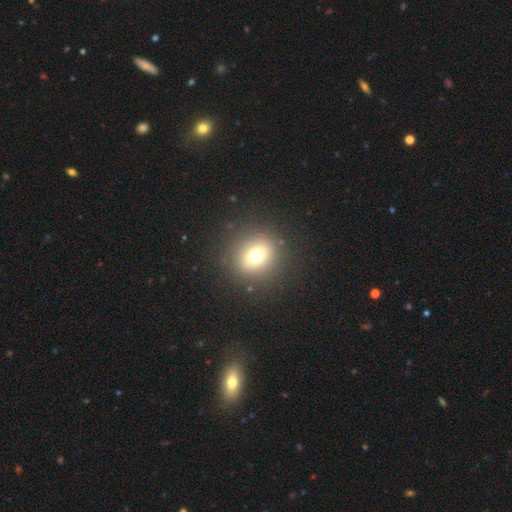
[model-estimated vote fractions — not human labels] Morphology: type=smooth (71%); roundness=round (78%); merging=none (86%).